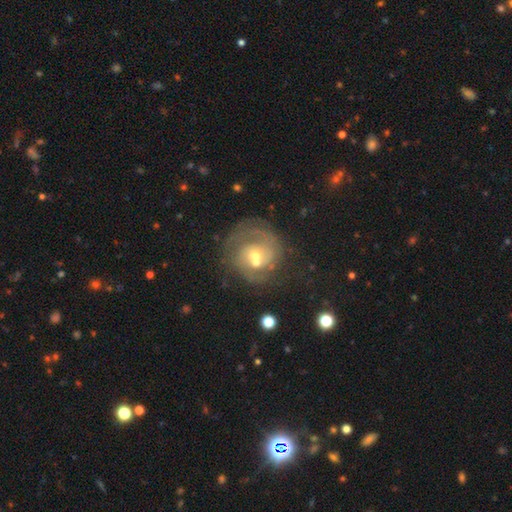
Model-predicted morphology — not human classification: Overall: featured or disk (70%). Edge-on disk: no (98%). Bar: no (71%). Spiral arms: yes (79%). Spiral arm count: 2 (40%; 1 27%). Spiral winding: tight (44%; medium 37%). Bulge size: moderate (52%; small 39%). Merging: none (37%; merger 34%).